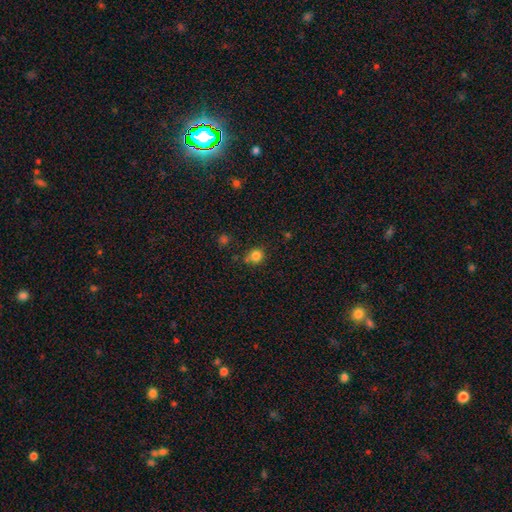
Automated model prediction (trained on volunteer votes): Smooth or featured? smooth (81%)
How rounded? round (85%)
Merging? none (71%)